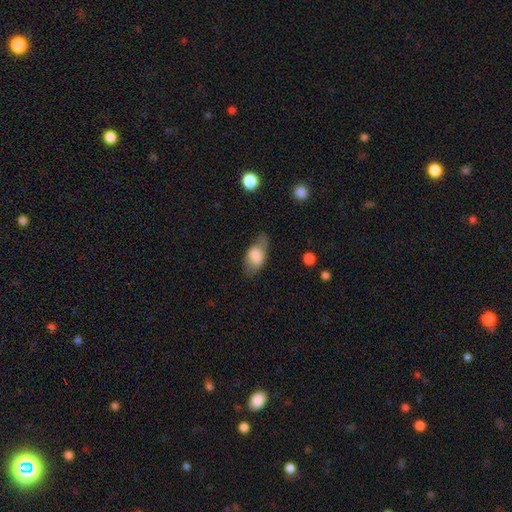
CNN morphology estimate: Smooth or featured: smooth — 70% (featured or disk — 23%)
How rounded: in between — 86% (cigar-shaped — 8%)
Merging: none — 66% (minor disturbance — 23%)